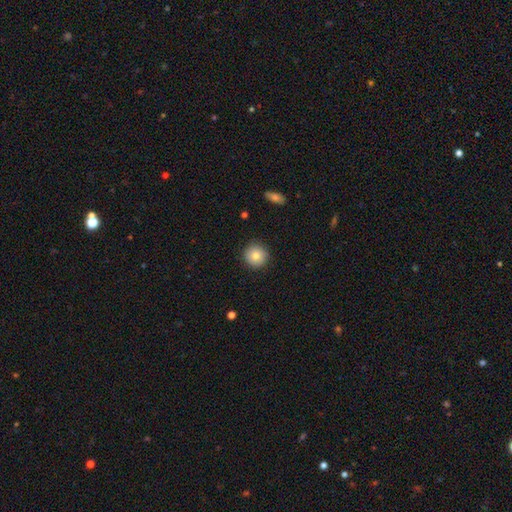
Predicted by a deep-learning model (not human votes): The model was most divided on "smooth or featured": smooth: 82%, featured or disk: 10%, star or artifact: 9%. More confident: how rounded — round (95%); merging — none (91%).